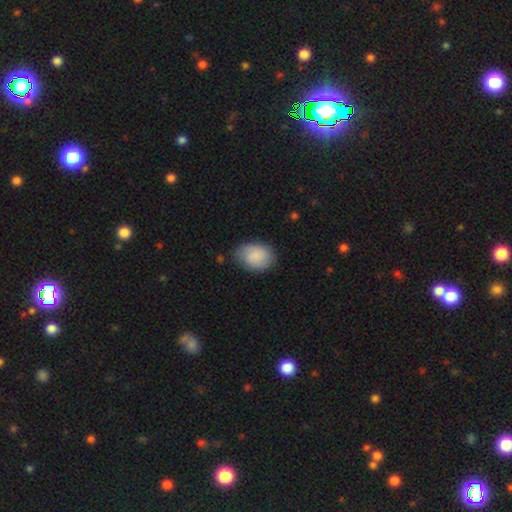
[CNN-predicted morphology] A smooth galaxy with no disk features (86%) that is in between round and cigar-shaped (75%). Merging: none (72%).